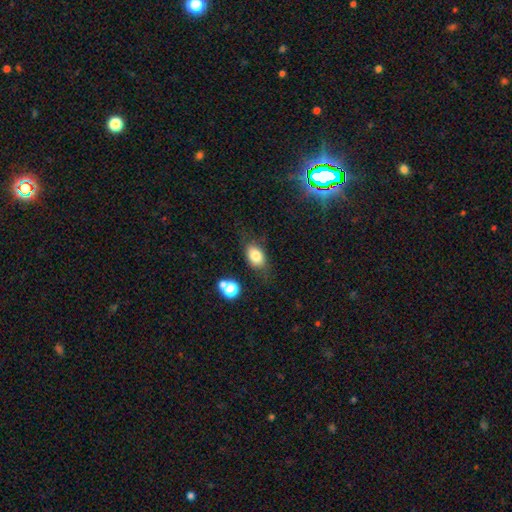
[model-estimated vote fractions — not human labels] Morphology: type=smooth (77%); roundness=in between (80%); merging=none (65%).